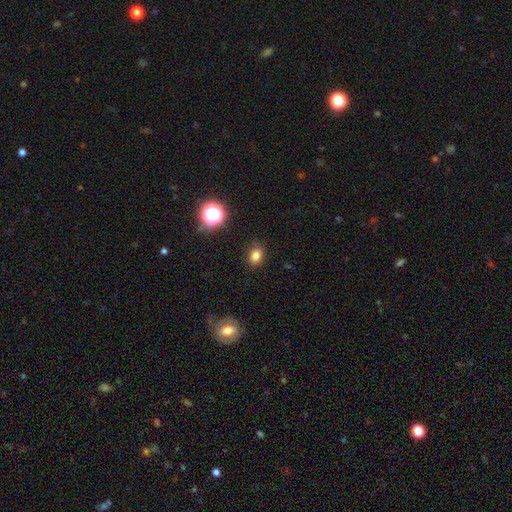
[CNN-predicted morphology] A smooth galaxy with no disk features (80%) that is in between round and cigar-shaped (50%).

Vote fractions:
- Smooth or featured? smooth: 80% / star or artifact: 14% / featured or disk: 6%
- How rounded? in between: 50% / round: 49% / cigar-shaped: 1%
- Merging? none: 84% / minor disturbance: 12% / major disturbance: 3% / merger: 1%